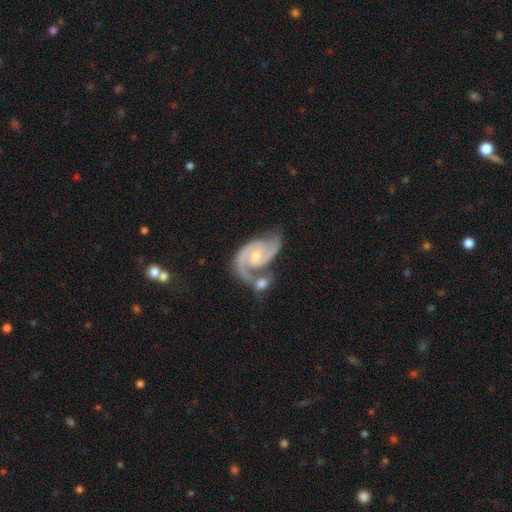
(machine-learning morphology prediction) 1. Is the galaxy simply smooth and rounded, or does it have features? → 91% featured or disk, 4% star or artifact, 4% smooth.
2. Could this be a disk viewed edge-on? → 98% no, 2% yes.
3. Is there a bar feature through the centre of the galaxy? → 54% no, 37% weak, 9% strong.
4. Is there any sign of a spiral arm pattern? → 98% yes, 2% no.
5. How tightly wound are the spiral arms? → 55% medium, 30% tight, 14% loose.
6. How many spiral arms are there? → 90% 2, 3% 3, 3% 1, 3% can't tell, 1% 4, 1% more than 4.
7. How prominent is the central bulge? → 53% small, 42% moderate, 2% none, 2% large, 1% dominant.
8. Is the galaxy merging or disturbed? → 42% merger, 34% none, 15% minor disturbance, 9% major disturbance.